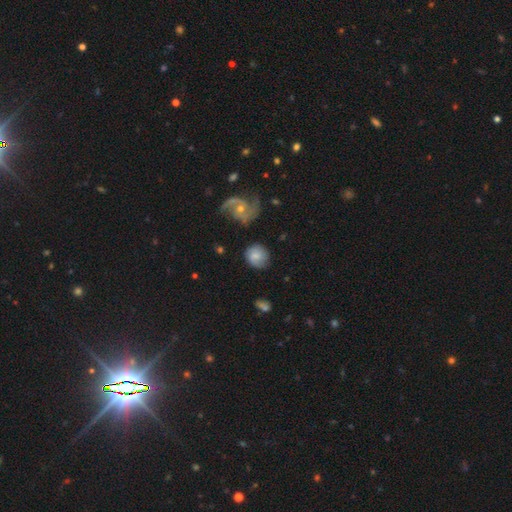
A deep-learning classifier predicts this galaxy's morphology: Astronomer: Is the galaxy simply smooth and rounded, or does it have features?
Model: smooth — 59%.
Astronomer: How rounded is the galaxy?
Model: round — 78%.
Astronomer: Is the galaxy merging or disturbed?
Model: none — 74%.